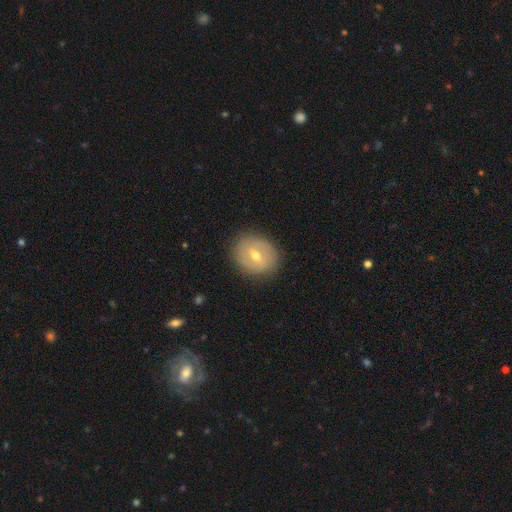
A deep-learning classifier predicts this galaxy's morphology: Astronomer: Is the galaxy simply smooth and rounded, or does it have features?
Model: featured or disk — 54% (runner-up: smooth, 38%).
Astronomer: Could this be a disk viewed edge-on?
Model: no — 95%.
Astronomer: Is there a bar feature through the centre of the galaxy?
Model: weak — 50% (runner-up: no, 32%).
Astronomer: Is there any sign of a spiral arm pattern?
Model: yes — 52% (runner-up: no, 48%).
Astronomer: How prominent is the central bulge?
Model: moderate — 59% (runner-up: small, 37%).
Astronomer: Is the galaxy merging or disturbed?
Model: none — 86%.